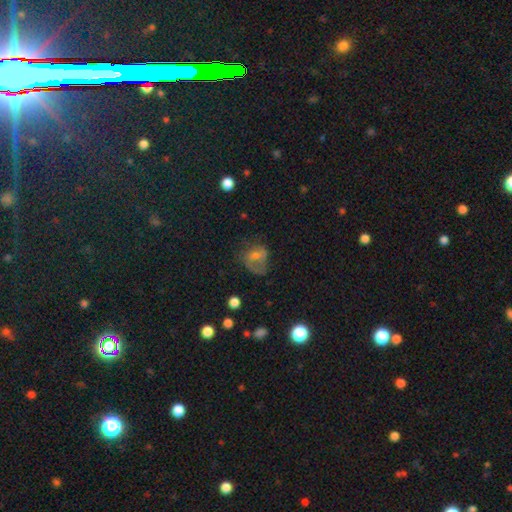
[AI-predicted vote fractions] smooth 43%, featured or disk 38%, star or artifact 19%. Down the decision tree: merging — none (39%).